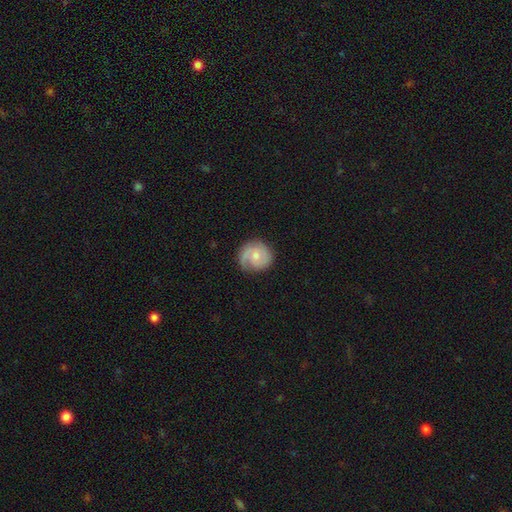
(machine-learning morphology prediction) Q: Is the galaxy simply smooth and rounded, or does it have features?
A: featured or disk — 61%.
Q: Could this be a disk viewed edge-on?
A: no — 98%.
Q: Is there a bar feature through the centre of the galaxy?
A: no — 66%.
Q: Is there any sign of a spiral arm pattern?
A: yes — 91%.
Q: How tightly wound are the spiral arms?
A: tight — 44%.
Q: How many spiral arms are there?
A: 2 — 48%.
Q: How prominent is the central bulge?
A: small — 49%.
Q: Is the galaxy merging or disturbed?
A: none — 73%.